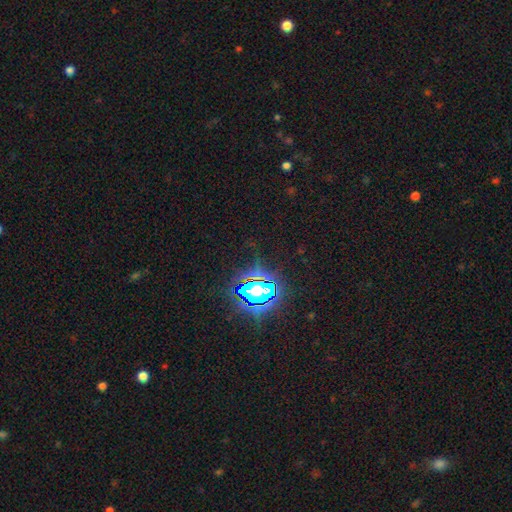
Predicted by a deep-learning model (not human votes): A star or artifact, not a galaxy (83%).

Vote fractions:
- Smooth or featured? star or artifact: 83% / smooth: 10% / featured or disk: 7%